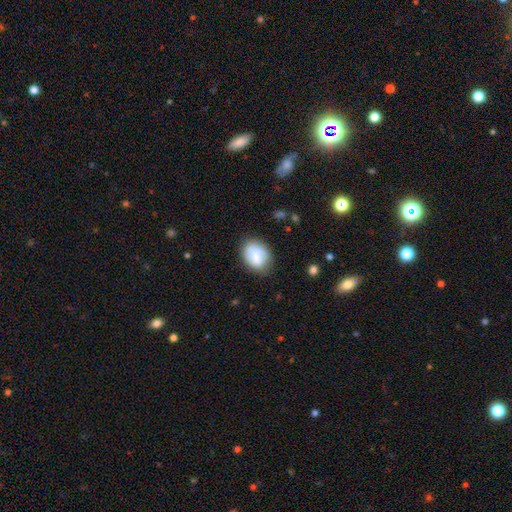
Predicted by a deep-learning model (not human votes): This is likely a smooth galaxy (76%). How rounded: likely in between (69%). Merging: likely none (72%).